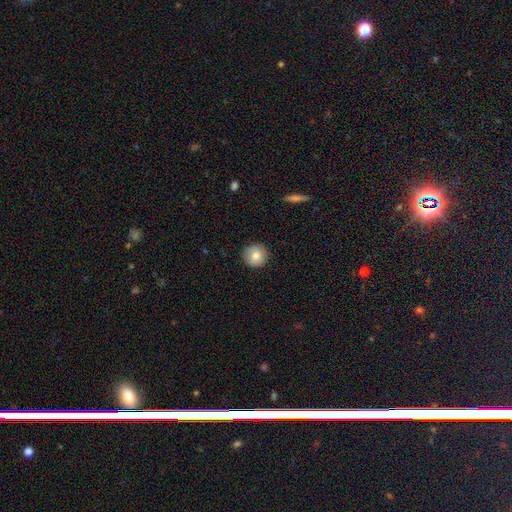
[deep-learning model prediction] Smooth or featured: smooth — 81% (featured or disk — 12%)
How rounded: round — 95% (in between — 4%)
Merging: none — 91% (minor disturbance — 6%)